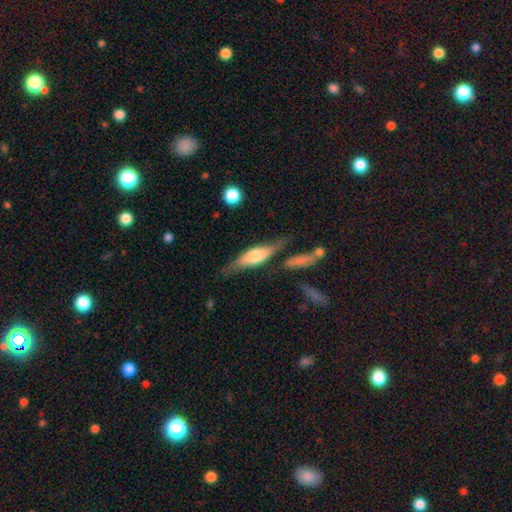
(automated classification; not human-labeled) The model was most divided on "smooth or featured": featured or disk: 52%, smooth: 42%, star or artifact: 6%. More confident: edge-on disk — yes (86%); merging — none (64%).